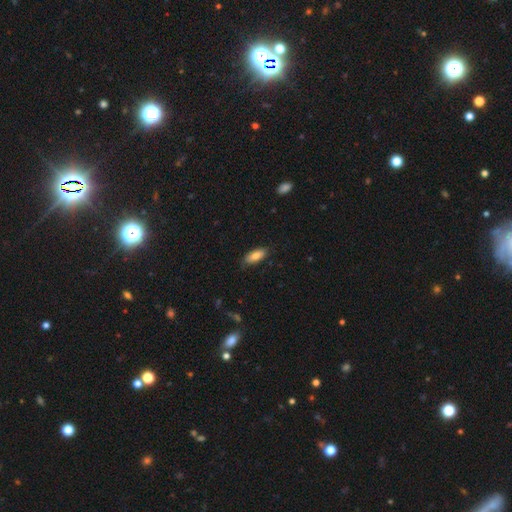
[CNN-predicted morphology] The model was most divided on "how rounded": in between: 77%, cigar-shaped: 22%, round: 2%. More confident: smooth or featured — smooth (83%); merging — none (80%).